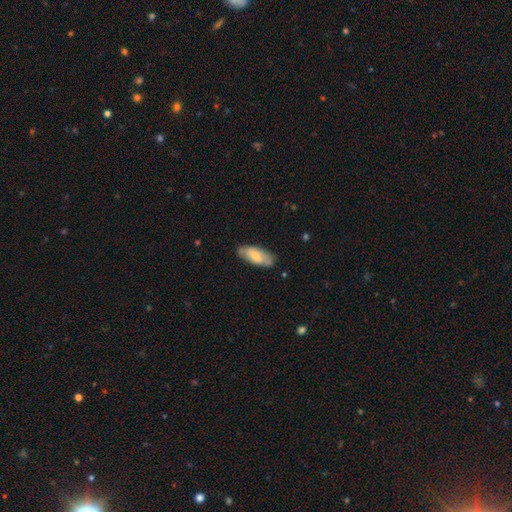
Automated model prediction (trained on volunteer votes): smooth_or_featured: smooth (p=0.58) [alt: featured or disk p=0.36]
how_rounded: in between (p=0.85) [alt: cigar-shaped p=0.13]
merging: none (p=0.74) [alt: minor disturbance p=0.20]